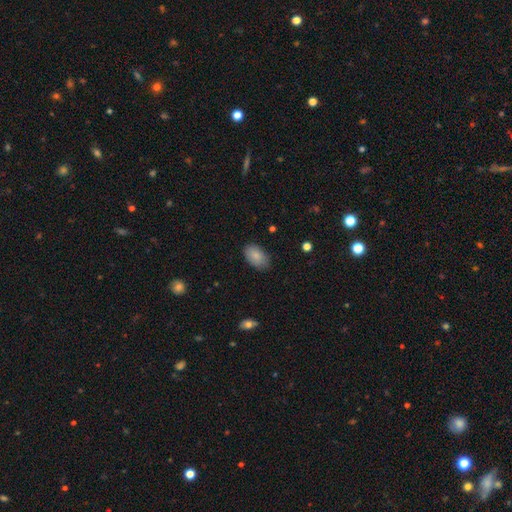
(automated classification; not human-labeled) A smooth galaxy with no disk features (85%) that is in between round and cigar-shaped (91%). Merging: none (80%).